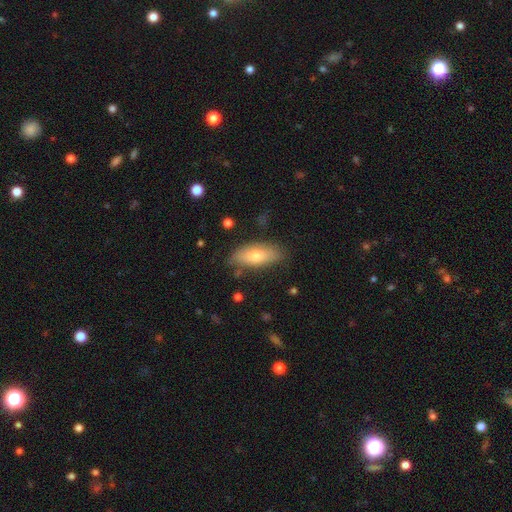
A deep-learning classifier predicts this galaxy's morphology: This appears to be a smooth galaxy with no disk features (71%) that is in between round and cigar-shaped (75%). Merging: none (81%).